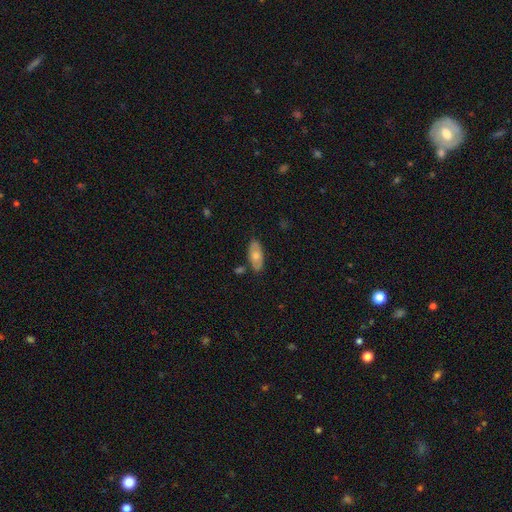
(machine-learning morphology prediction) Smooth or featured? Predicted: smooth (p=0.56). How rounded? Predicted: in between (p=0.87). Merging? Predicted: none (p=0.80).